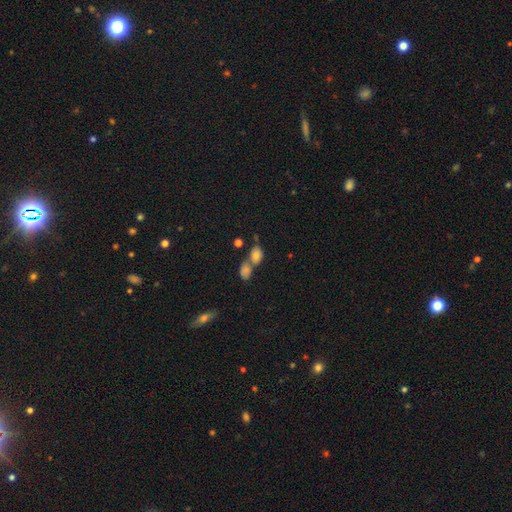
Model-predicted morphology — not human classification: This is likely a smooth galaxy (77%). How rounded: likely in between (73%). Merging: possibly merger (53%).